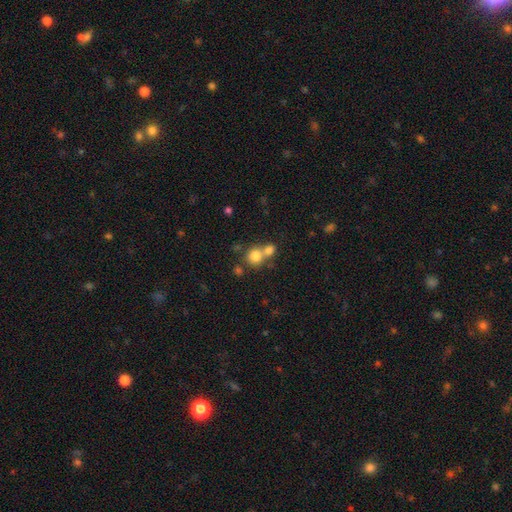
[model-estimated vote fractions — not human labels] The model was most divided on "merging": merger: 50%, none: 41%, minor disturbance: 6%, major disturbance: 3%. More confident: how rounded — round (85%); smooth or featured — smooth (78%).